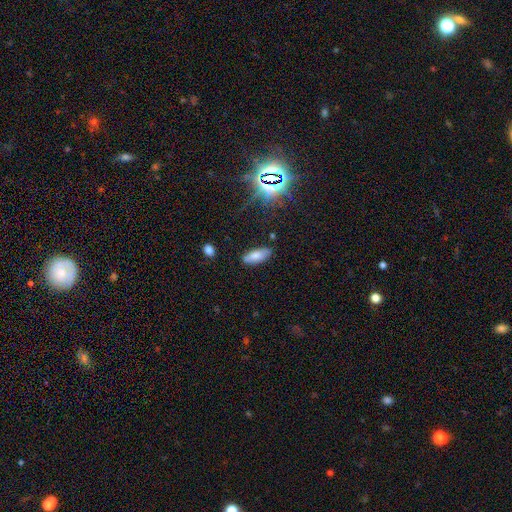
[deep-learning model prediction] The model was most divided on "how rounded": in between: 76%, cigar-shaped: 22%, round: 2%. More confident: merging — none (83%); smooth or featured — smooth (77%).